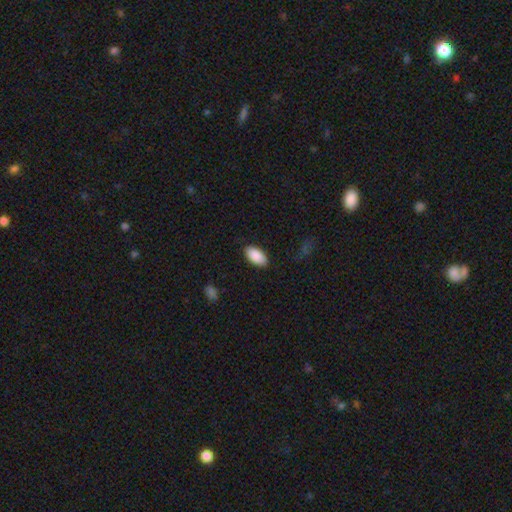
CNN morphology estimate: Smooth or featured? smooth (90%)
How rounded? in between (95%)
Merging? none (86%)